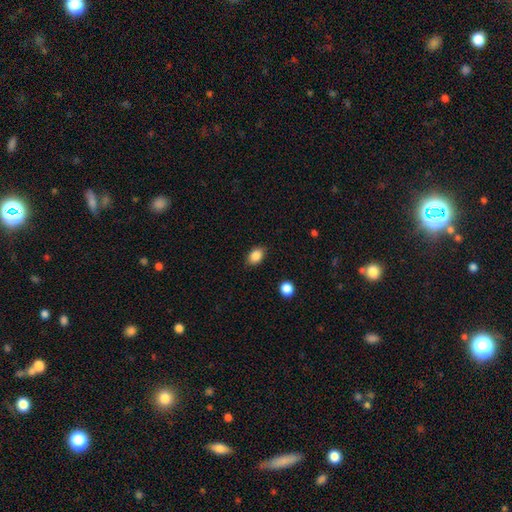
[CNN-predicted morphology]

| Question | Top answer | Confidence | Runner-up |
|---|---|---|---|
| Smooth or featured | smooth | 87% | star or artifact (9%) |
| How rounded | in between | 79% | round (20%) |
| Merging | none | 86% | minor disturbance (11%) |